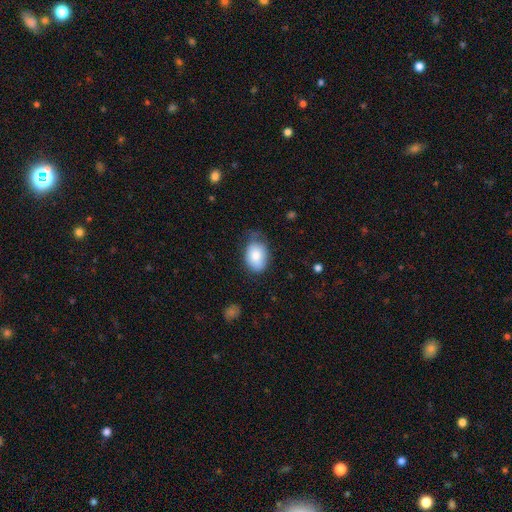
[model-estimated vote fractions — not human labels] This is clearly a smooth galaxy (82%). How rounded: clearly in between (81%). Merging: possibly none (56%).